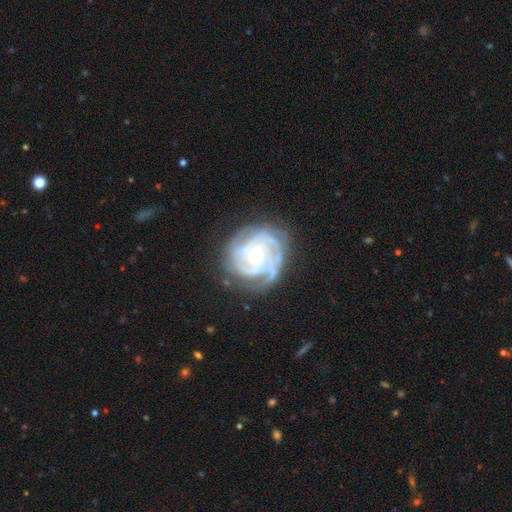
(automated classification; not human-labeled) smooth_or_featured: featured or disk (p=0.89) [alt: star or artifact p=0.05]
disk_edge_on: no (p=0.98) [alt: yes p=0.02]
bar: no (p=0.73) [alt: weak p=0.21]
has_spiral_arms: yes (p=0.97) [alt: no p=0.03]
spiral_winding: tight (p=0.70) [alt: medium p=0.26]
spiral_arm_count: 3 (p=0.36) [alt: 4 p=0.23]
bulge_size: small (p=0.68) [alt: moderate p=0.28]
merging: none (p=0.72) [alt: minor disturbance p=0.18]